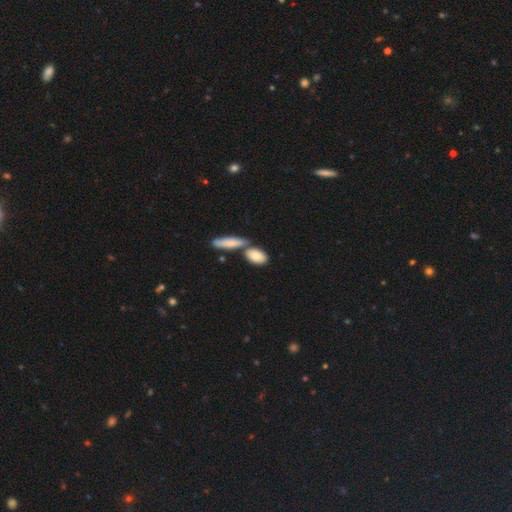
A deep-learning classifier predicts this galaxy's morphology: Smooth or featured: smooth — 81% (featured or disk — 13%)
How rounded: in between — 83% (cigar-shaped — 11%)
Merging: none — 53% (merger — 32%)